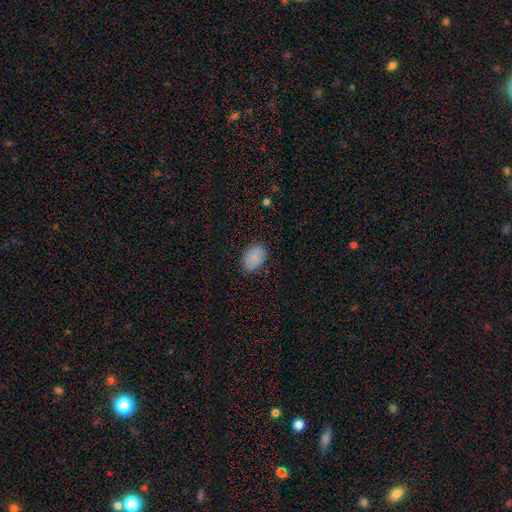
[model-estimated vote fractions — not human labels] smooth-or-featured: smooth: 83% | star or artifact: 9% | featured or disk: 8%
  how-rounded: in between: 83% | round: 16% | cigar-shaped: 1%
  merging: none: 82% | minor disturbance: 14% | major disturbance: 3% | merger: 1%